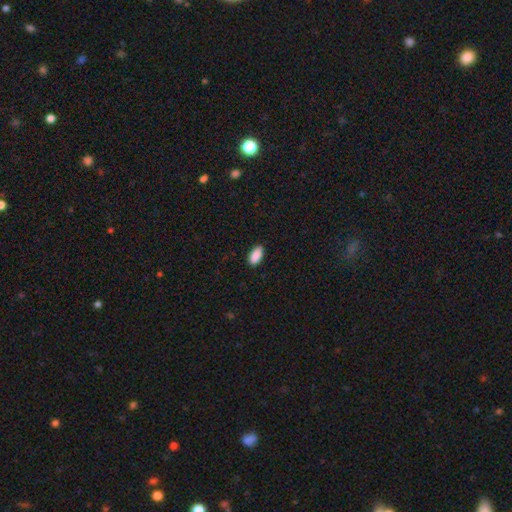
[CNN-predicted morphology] Smooth or featured? smooth (90%)
How rounded? in between (91%)
Merging? none (86%)